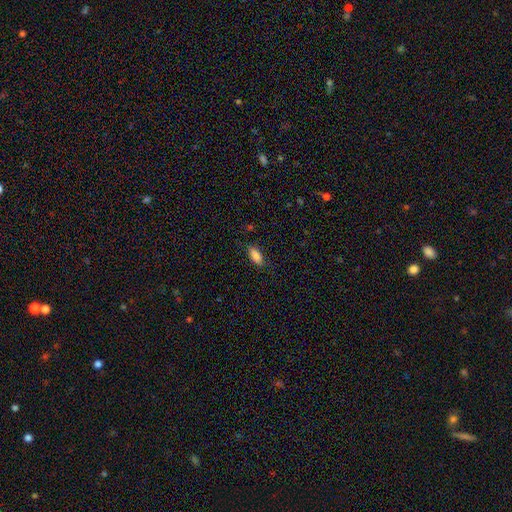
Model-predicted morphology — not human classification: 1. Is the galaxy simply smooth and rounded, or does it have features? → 85% smooth, 8% featured or disk, 7% star or artifact.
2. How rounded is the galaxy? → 86% in between, 11% cigar-shaped, 2% round.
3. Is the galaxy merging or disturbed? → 81% none, 14% minor disturbance, 4% major disturbance, 1% merger.